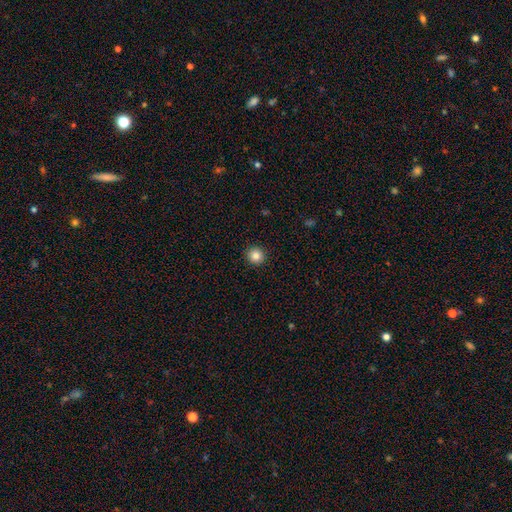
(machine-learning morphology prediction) Smooth or featured?
  - smooth: 84% *
  - star or artifact: 11%
  - featured or disk: 5%
How rounded?
  - round: 94% *
  - in between: 5%
  - cigar-shaped: 1%
Merging?
  - none: 93% *
  - minor disturbance: 5%
  - major disturbance: 2%
  - merger: 1%